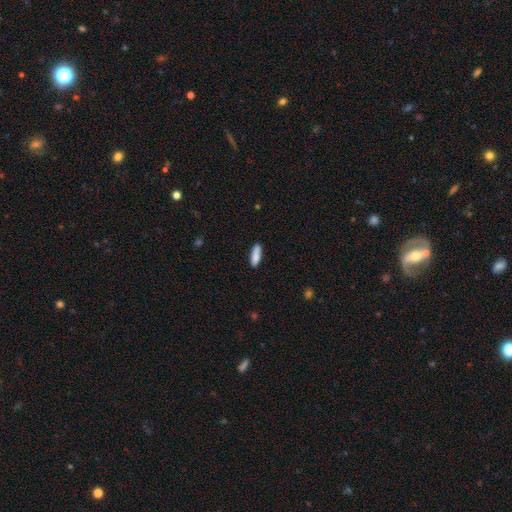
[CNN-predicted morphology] Overall: smooth (84%). How rounded: cigar-shaped (55%; in between 44%). Merging: none (83%).